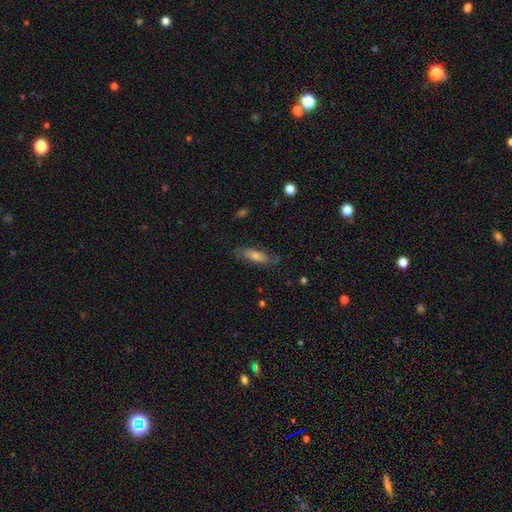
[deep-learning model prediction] smooth-or-featured: smooth: 51% | featured or disk: 38% | star or artifact: 10%
  how-rounded: cigar-shaped: 50% | in between: 47% | round: 3%
  merging: none: 75% | minor disturbance: 17% | major disturbance: 6% | merger: 1%